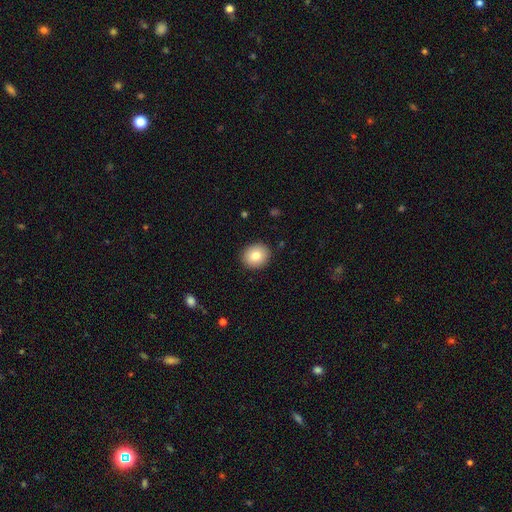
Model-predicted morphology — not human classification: Q: Smooth or featured?
A: smooth (81%); runner-up: featured or disk (11%)
Q: How rounded?
A: round (80%); runner-up: in between (19%)
Q: Merging?
A: none (91%); runner-up: minor disturbance (6%)